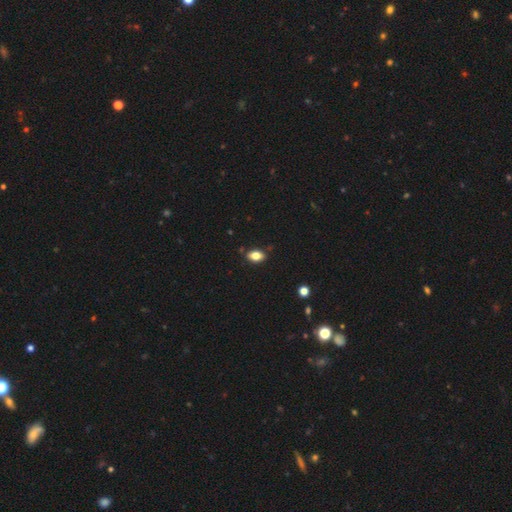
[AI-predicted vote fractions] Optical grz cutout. It shows a smooth galaxy with no disk features (81%) that is in between round and cigar-shaped (86%). Merging: none (83%).